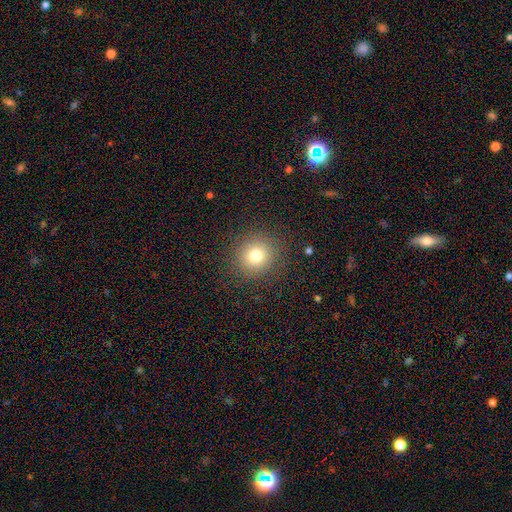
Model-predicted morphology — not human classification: A smooth galaxy with no disk features (77%) that is round (90%).

Vote fractions:
- Smooth or featured? smooth: 77% / star or artifact: 14% / featured or disk: 9%
- How rounded? round: 90% / in between: 9% / cigar-shaped: 1%
- Merging? none: 88% / minor disturbance: 7% / major disturbance: 3% / merger: 1%